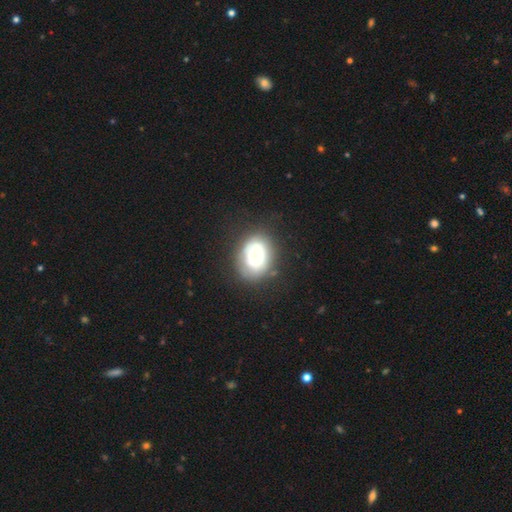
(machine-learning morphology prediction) This appears to be a smooth galaxy with no disk features (52%) that is in between round and cigar-shaped (57%). Merging: none (68%).